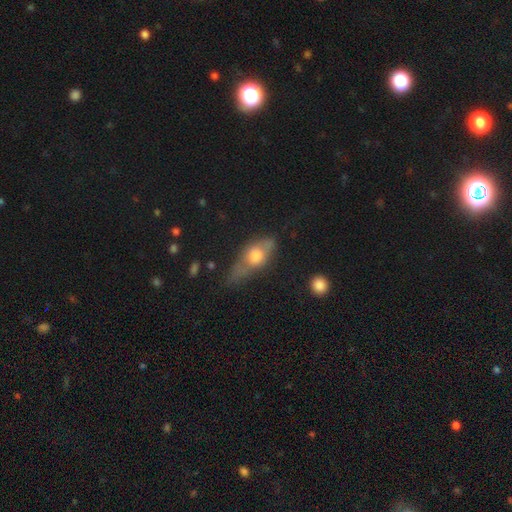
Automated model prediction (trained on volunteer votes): The model was most divided on "smooth or featured": smooth: 51%, featured or disk: 41%, star or artifact: 8%. Remaining: how rounded — in between (65%); merging — none (43%).